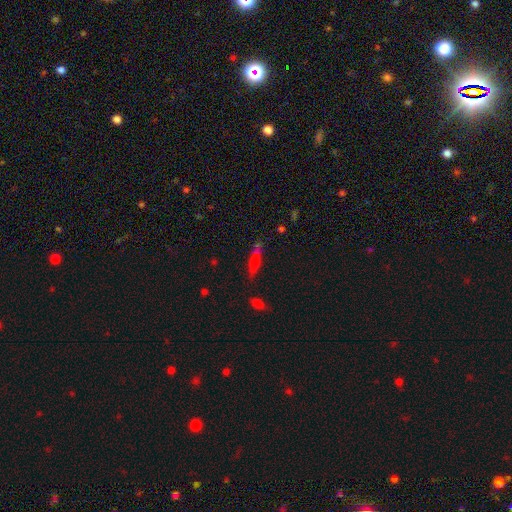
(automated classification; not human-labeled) Smooth or featured? smooth (58%)
How rounded? cigar-shaped (70%)
Merging? none (63%)